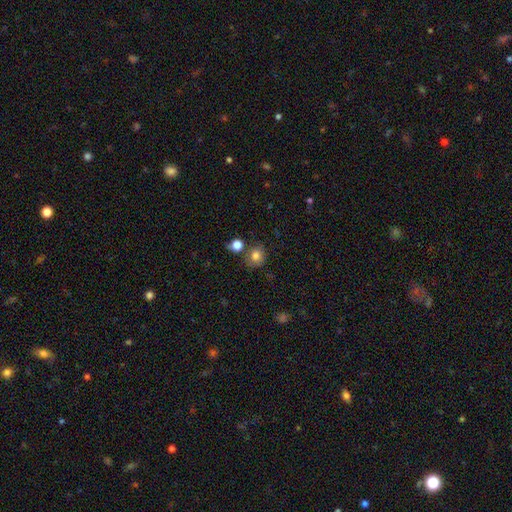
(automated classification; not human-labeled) This appears to be a smooth galaxy with no disk features (78%) that is round (73%). Merging: none (69%).